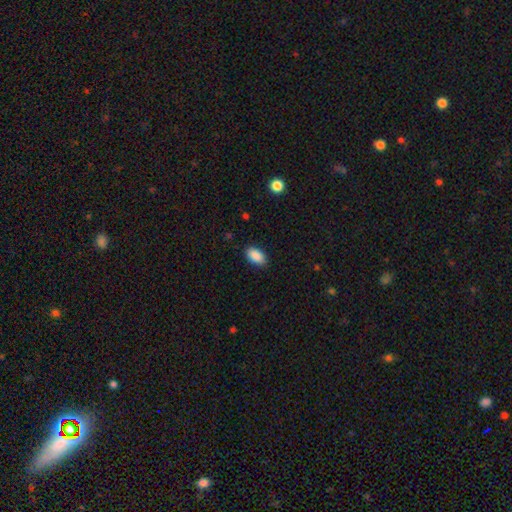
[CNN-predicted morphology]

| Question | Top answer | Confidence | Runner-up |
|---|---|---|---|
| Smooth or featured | smooth | 89% | star or artifact (7%) |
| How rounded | in between | 93% | round (5%) |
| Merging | none | 87% | minor disturbance (9%) |